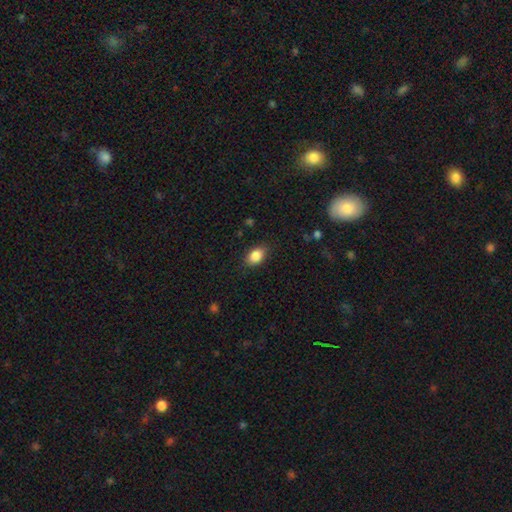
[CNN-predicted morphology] A smooth galaxy with no disk features (87%) that is in between round and cigar-shaped (83%). Merging: none (84%).